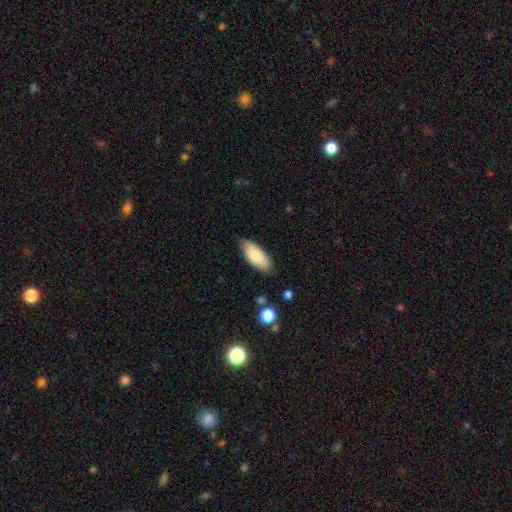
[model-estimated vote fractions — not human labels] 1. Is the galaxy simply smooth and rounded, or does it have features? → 83% smooth, 11% featured or disk, 6% star or artifact.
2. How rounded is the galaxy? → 85% in between, 14% cigar-shaped, 2% round.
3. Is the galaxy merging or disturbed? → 77% none, 18% minor disturbance, 3% major disturbance, 2% merger.